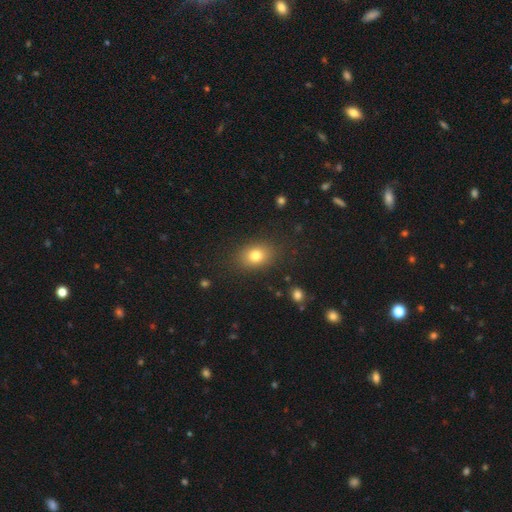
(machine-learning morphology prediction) Q: Smooth or featured?
A: smooth (79%); runner-up: star or artifact (11%)
Q: How rounded?
A: in between (68%); runner-up: round (31%)
Q: Merging?
A: none (85%); runner-up: minor disturbance (10%)